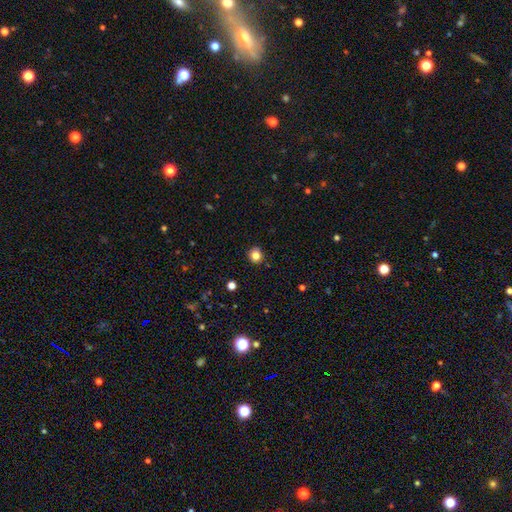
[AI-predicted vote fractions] A smooth galaxy with no disk features (82%) that is round (85%). Merging: none (90%).